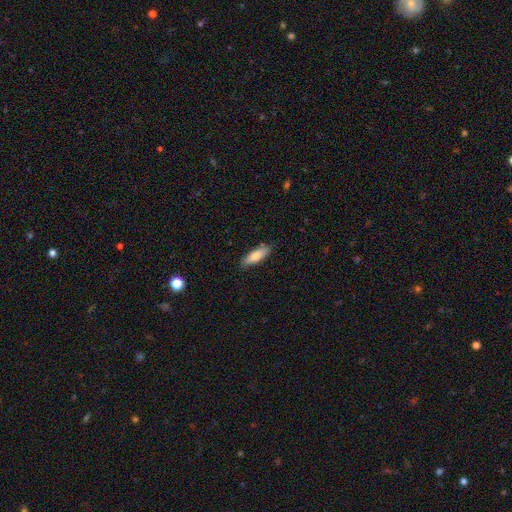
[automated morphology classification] Smooth or featured? smooth (75%)
How rounded? in between (56%)
Merging? none (85%)